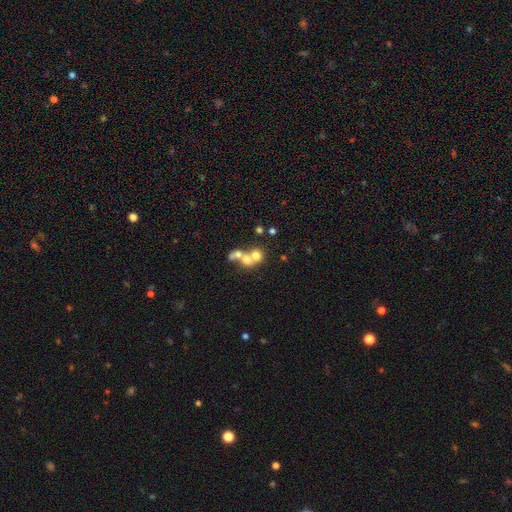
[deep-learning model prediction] This appears to be a smooth galaxy with no disk features (59%) that is round (74%). Merging: merger (62%).